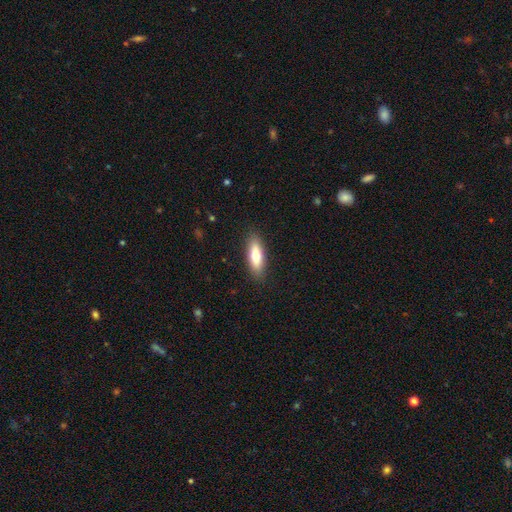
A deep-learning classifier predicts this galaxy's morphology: Smooth or featured? Predicted: smooth (p=0.71). How rounded? Predicted: in between (p=0.52). Merging? Predicted: none (p=0.88).